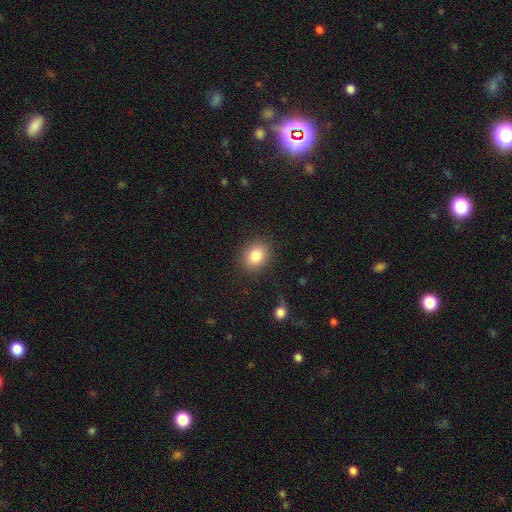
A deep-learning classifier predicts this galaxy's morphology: The model was most divided on "how rounded": round: 63%, in between: 37%, cigar-shaped: 1%. More confident: merging — none (87%); smooth or featured — smooth (83%).